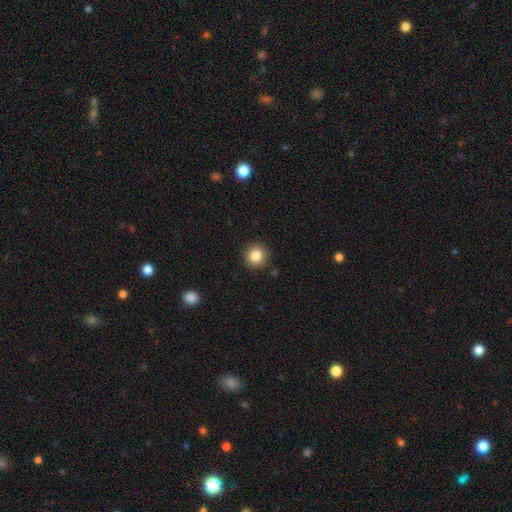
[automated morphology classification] smooth_or_featured: smooth (p=0.85) [alt: star or artifact p=0.10]
how_rounded: round (p=0.93) [alt: in between p=0.06]
merging: none (p=0.91) [alt: minor disturbance p=0.06]